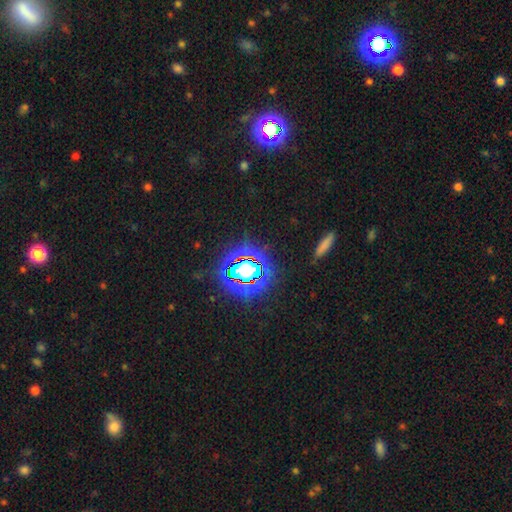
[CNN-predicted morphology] A star or artifact, not a galaxy (82%).